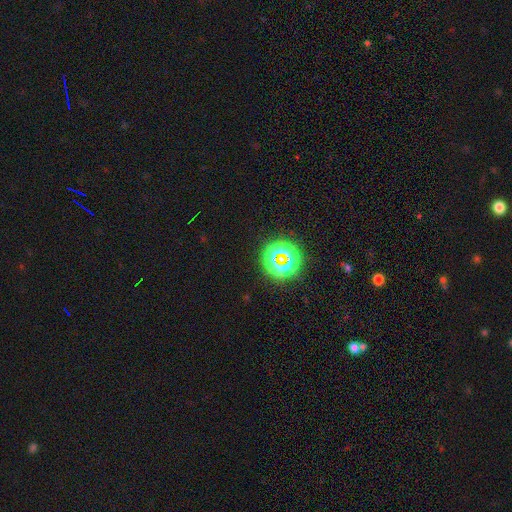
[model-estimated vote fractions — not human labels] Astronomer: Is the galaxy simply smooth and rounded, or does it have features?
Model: star or artifact — 82%.